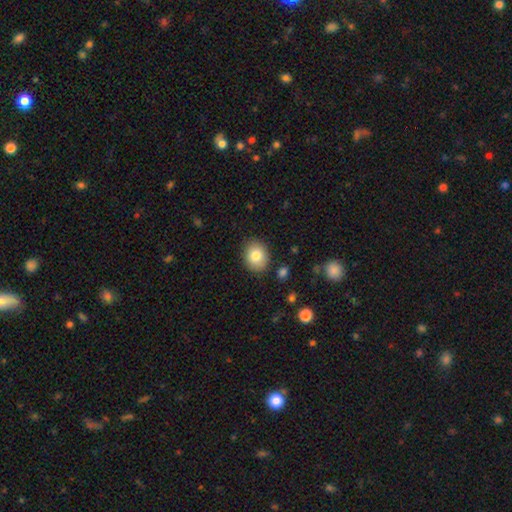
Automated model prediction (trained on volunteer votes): Smooth or featured: smooth — 81% (featured or disk — 11%)
How rounded: round — 50% (in between — 49%)
Merging: none — 87% (minor disturbance — 9%)